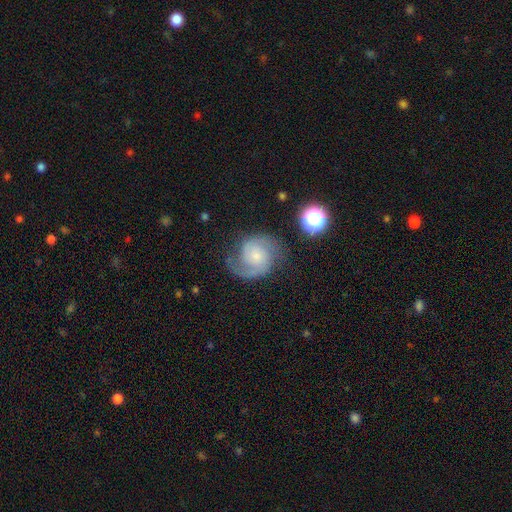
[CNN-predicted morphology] Q: Smooth or featured?
A: featured or disk (81%); runner-up: smooth (12%)
Q: Edge-on disk?
A: no (98%); runner-up: yes (2%)
Q: Bar?
A: no (67%); runner-up: weak (28%)
Q: Spiral arms?
A: yes (97%); runner-up: no (3%)
Q: Spiral winding?
A: medium (52%); runner-up: tight (29%)
Q: Spiral arm count?
A: 2 (86%); runner-up: 1 (6%)
Q: Bulge size?
A: small (51%); runner-up: moderate (32%)
Q: Merging?
A: none (69%); runner-up: minor disturbance (18%)